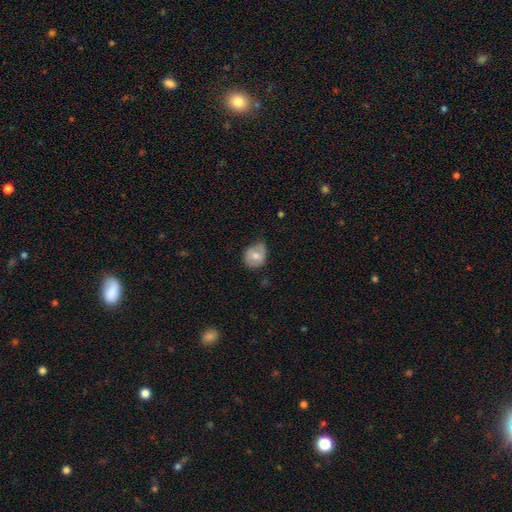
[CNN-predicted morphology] Smooth or featured: smooth — 69% (featured or disk — 24%)
How rounded: round — 55% (in between — 44%)
Merging: none — 52% (minor disturbance — 37%)